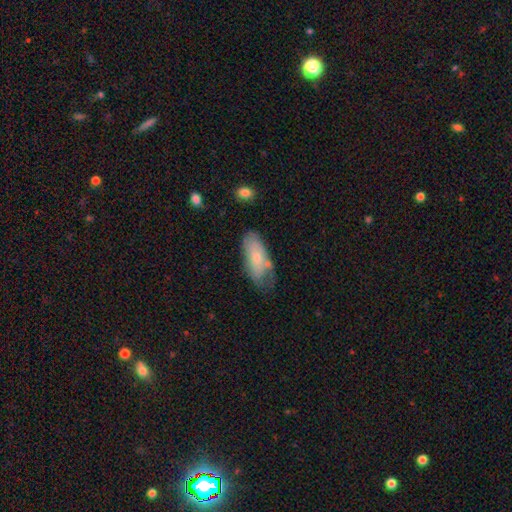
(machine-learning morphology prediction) Smooth or featured: smooth — 64% (featured or disk — 30%)
How rounded: in between — 84% (cigar-shaped — 14%)
Merging: none — 51% (minor disturbance — 32%)